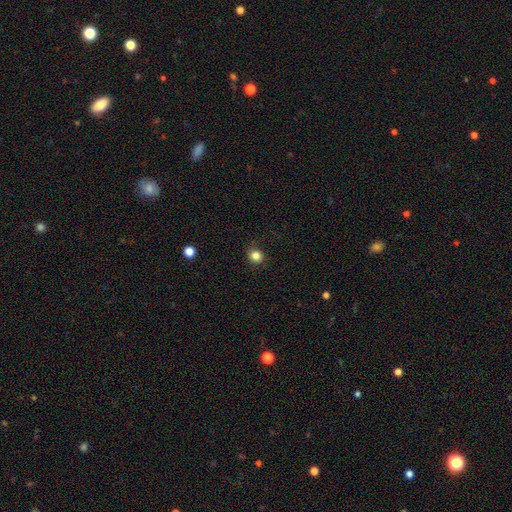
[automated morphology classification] smooth_or_featured: smooth (p=0.84) [alt: star or artifact p=0.12]
how_rounded: round (p=0.81) [alt: in between p=0.18]
merging: none (p=0.85) [alt: minor disturbance p=0.11]